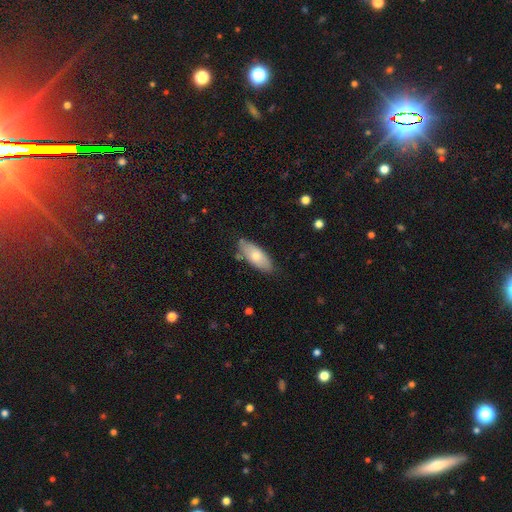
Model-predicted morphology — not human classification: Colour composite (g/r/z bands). It shows a smooth galaxy with no disk features (67%) that is in between round and cigar-shaped (81%). Merging: none (78%).